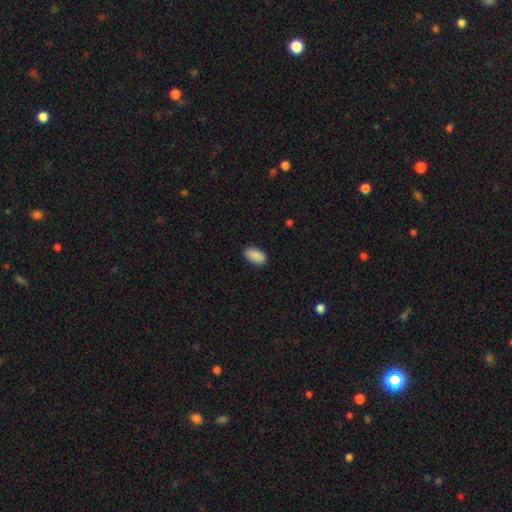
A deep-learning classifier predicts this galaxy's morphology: smooth-or-featured: smooth: 90% | star or artifact: 7% | featured or disk: 3%
  how-rounded: in between: 93% | cigar-shaped: 4% | round: 3%
  merging: none: 87% | minor disturbance: 10% | major disturbance: 2% | merger: 1%